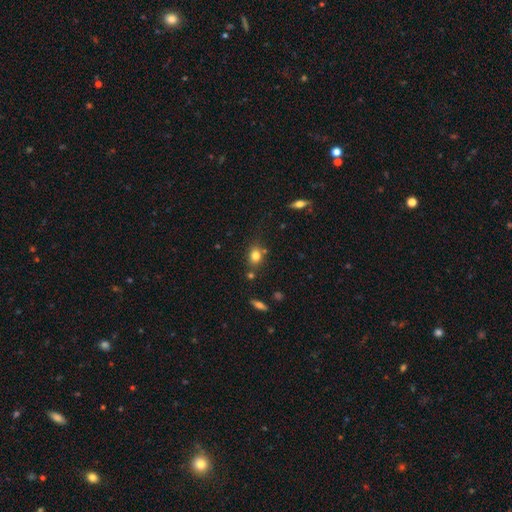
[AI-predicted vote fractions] smooth-or-featured: smooth: 79% | star or artifact: 12% | featured or disk: 9%
  how-rounded: in between: 51% | round: 47% | cigar-shaped: 2%
  merging: none: 72% | minor disturbance: 13% | merger: 11% | major disturbance: 4%